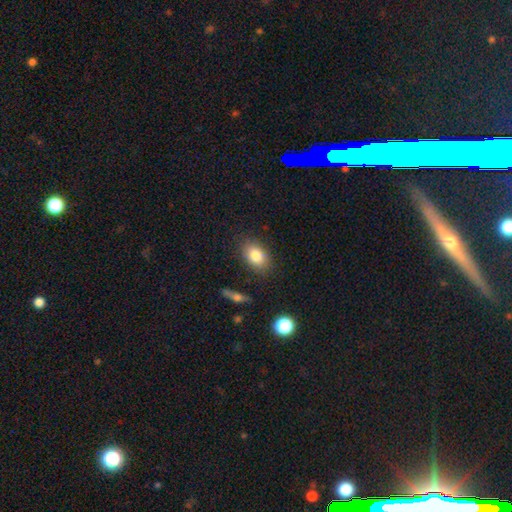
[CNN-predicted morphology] Smooth or featured? Predicted: smooth (p=0.82). How rounded? Predicted: in between (p=0.81). Merging? Predicted: none (p=0.83).